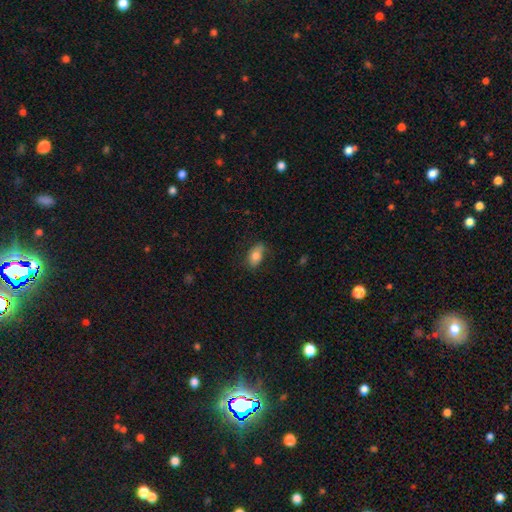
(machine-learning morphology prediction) Smooth or featured?
  - smooth: 78% *
  - featured or disk: 14%
  - star or artifact: 7%
How rounded?
  - in between: 89% *
  - round: 8%
  - cigar-shaped: 3%
Merging?
  - none: 73% *
  - minor disturbance: 20%
  - major disturbance: 5%
  - merger: 1%